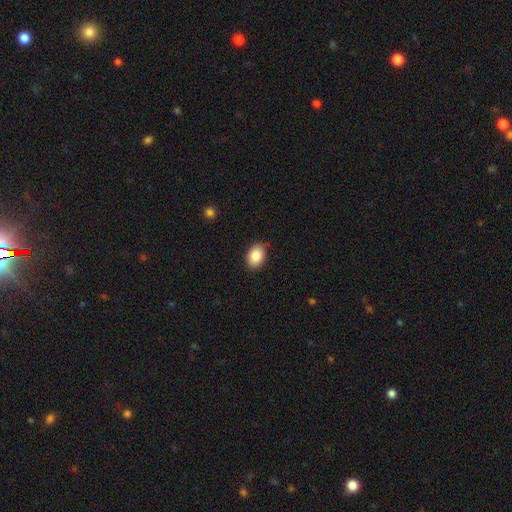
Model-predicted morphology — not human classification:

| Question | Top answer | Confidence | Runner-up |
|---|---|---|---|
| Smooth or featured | smooth | 87% | star or artifact (8%) |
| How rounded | in between | 79% | round (20%) |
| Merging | none | 86% | minor disturbance (11%) |